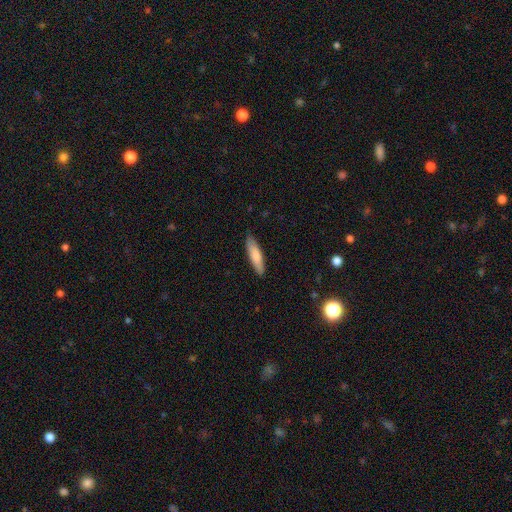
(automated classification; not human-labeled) This appears to be a smooth galaxy with no disk features (79%) that is cigar-shaped (71%). Merging: none (87%).